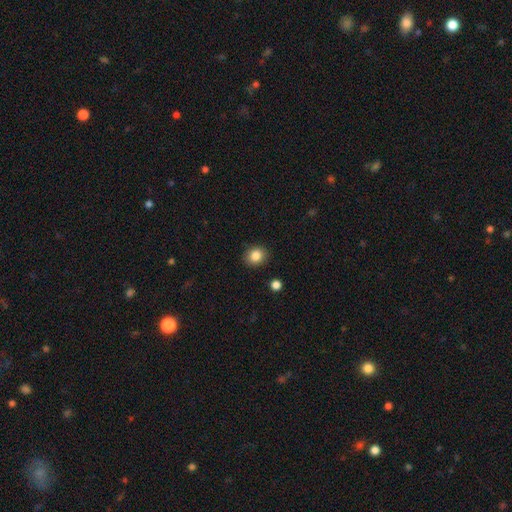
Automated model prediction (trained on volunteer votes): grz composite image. It shows a smooth galaxy with no disk features (85%) that is round (70%). Merging: none (89%).